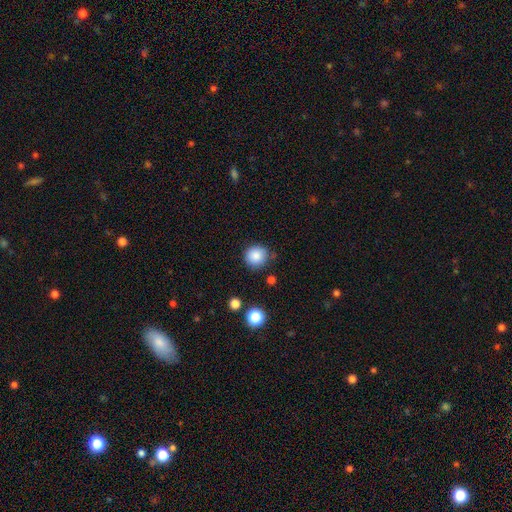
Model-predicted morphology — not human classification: This appears to be a smooth galaxy with no disk features (86%) that is round (93%). Merging: none (82%).